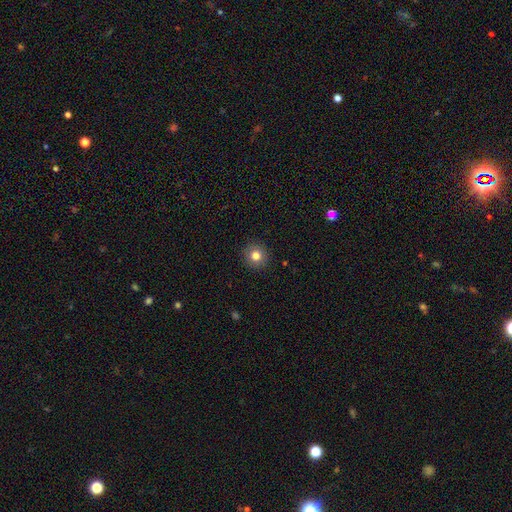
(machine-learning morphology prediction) smooth-or-featured: smooth: 81% | star or artifact: 11% | featured or disk: 8%
  how-rounded: round: 92% | in between: 7% | cigar-shaped: 1%
  merging: none: 91% | minor disturbance: 6% | major disturbance: 2% | merger: 1%